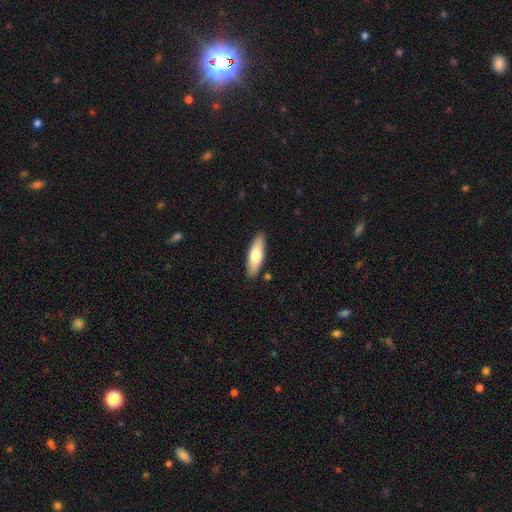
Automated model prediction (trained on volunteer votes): smooth_or_featured: smooth (p=0.71) [alt: featured or disk p=0.24]
how_rounded: in between (p=0.56) [alt: cigar-shaped p=0.43]
merging: none (p=0.88) [alt: minor disturbance p=0.09]